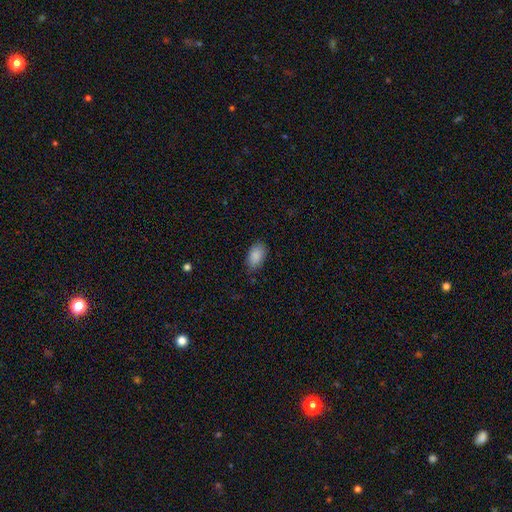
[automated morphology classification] Smooth or featured? smooth (89%)
How rounded? in between (93%)
Merging? none (81%)